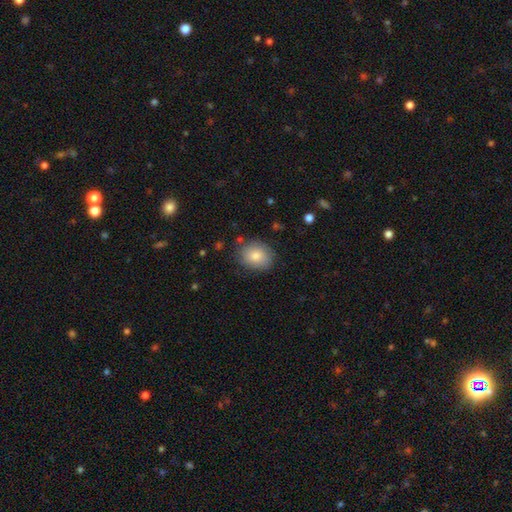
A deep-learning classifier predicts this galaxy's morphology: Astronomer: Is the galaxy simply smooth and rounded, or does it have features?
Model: smooth — 81%.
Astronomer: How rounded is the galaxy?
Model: round — 52% (runner-up: in between, 47%).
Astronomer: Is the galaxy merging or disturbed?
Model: none — 80%.